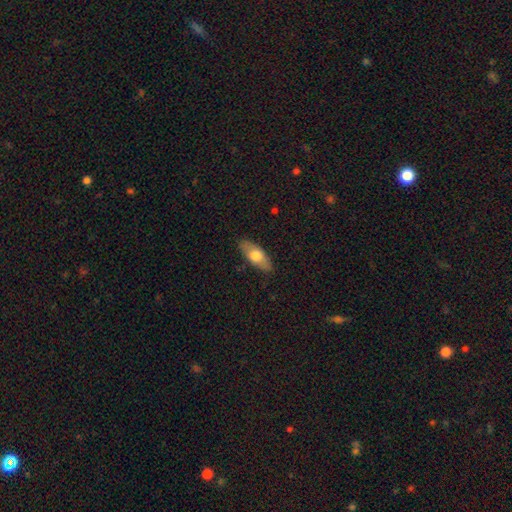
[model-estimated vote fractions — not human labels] A smooth galaxy with no disk features (66%) that is in between round and cigar-shaped (77%). Merging: none (86%).